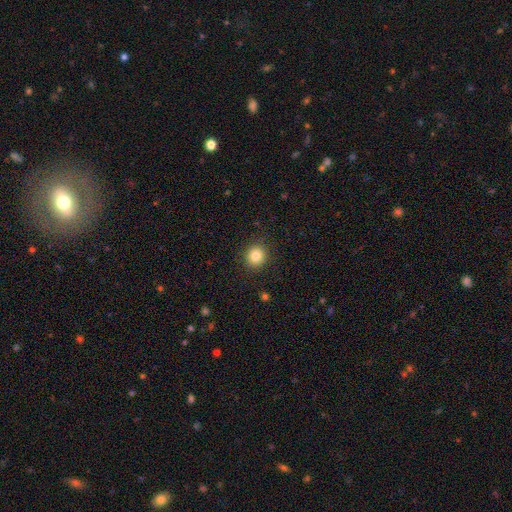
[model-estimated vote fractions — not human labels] A smooth galaxy with no disk features (83%) that is round (86%). Merging: none (90%).